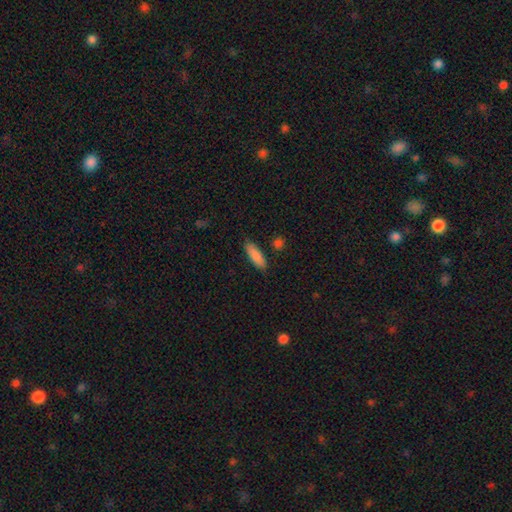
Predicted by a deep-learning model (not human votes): Smooth or featured?
  - smooth: 86% *
  - featured or disk: 7%
  - star or artifact: 6%
How rounded?
  - in between: 53% *
  - cigar-shaped: 45%
  - round: 2%
Merging?
  - none: 86% *
  - minor disturbance: 10%
  - merger: 2%
  - major disturbance: 2%